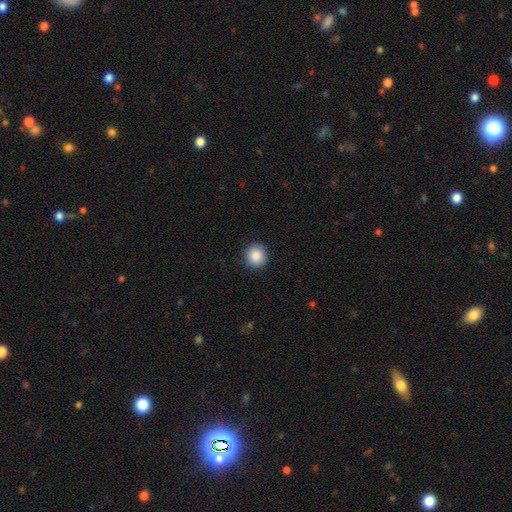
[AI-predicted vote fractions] Smooth or featured? smooth (88%)
How rounded? round (88%)
Merging? none (90%)